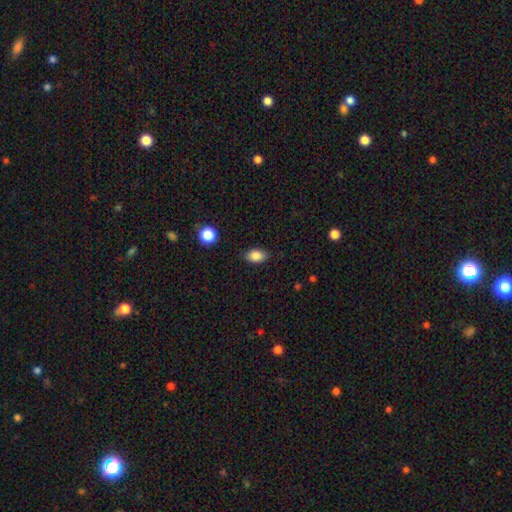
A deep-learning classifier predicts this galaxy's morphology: A smooth galaxy with no disk features (86%) that is in between round and cigar-shaped (87%). Merging: none (85%).